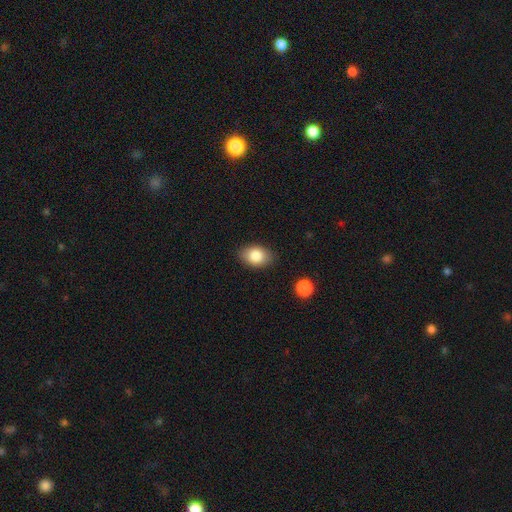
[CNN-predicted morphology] type=smooth (84%); roundness=in between (82%); merging=none (86%).